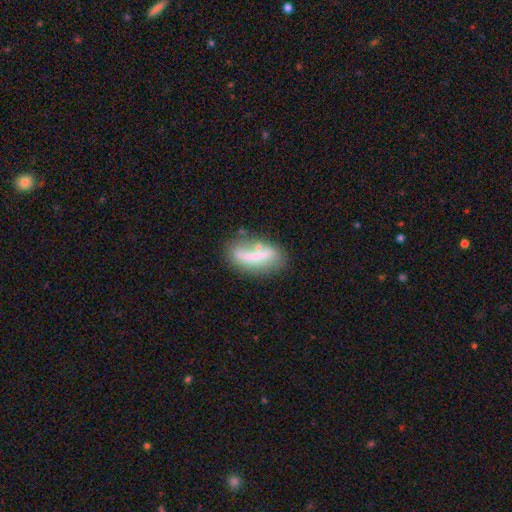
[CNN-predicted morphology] Smooth or featured?
  - smooth: 50% *
  - featured or disk: 41%
  - star or artifact: 9%
How rounded?
  - in between: 67% *
  - cigar-shaped: 28%
  - round: 6%
Merging?
  - none: 48% *
  - minor disturbance: 24%
  - major disturbance: 15%
  - merger: 14%